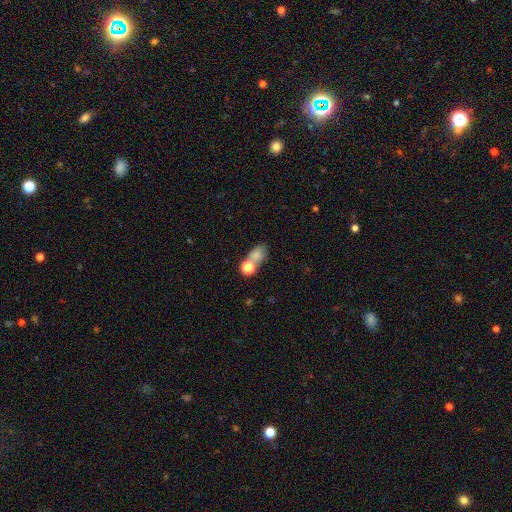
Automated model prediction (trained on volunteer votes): smooth 75%, star or artifact 14%, featured or disk 11%. Down the decision tree: how rounded — in between (69%); merging — none (42%).